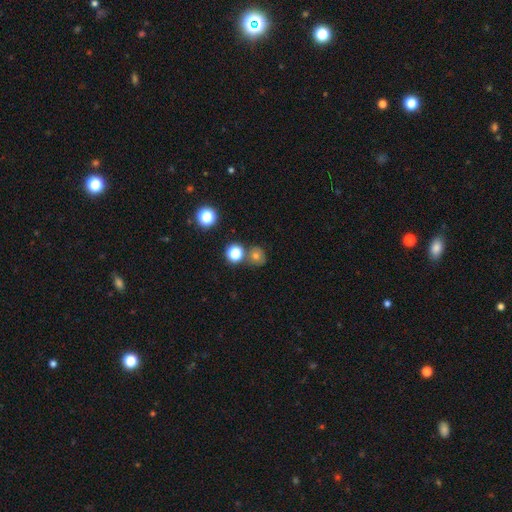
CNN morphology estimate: smooth 68%, star or artifact 21%, featured or disk 11%. Down the decision tree: how rounded — round (84%); merging — none (69%).